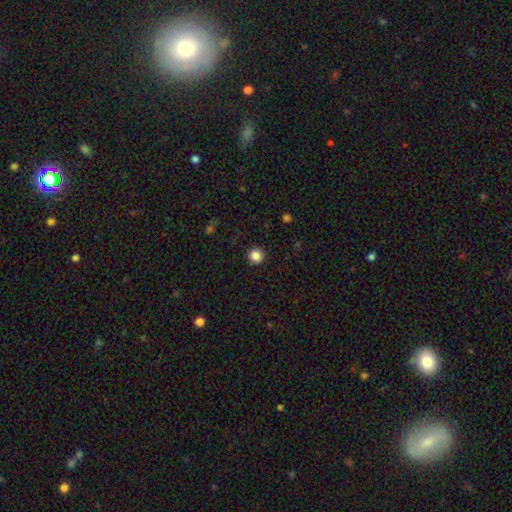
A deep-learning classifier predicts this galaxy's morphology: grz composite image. It shows a smooth galaxy with no disk features (86%) that is round (95%). Merging: none (92%).